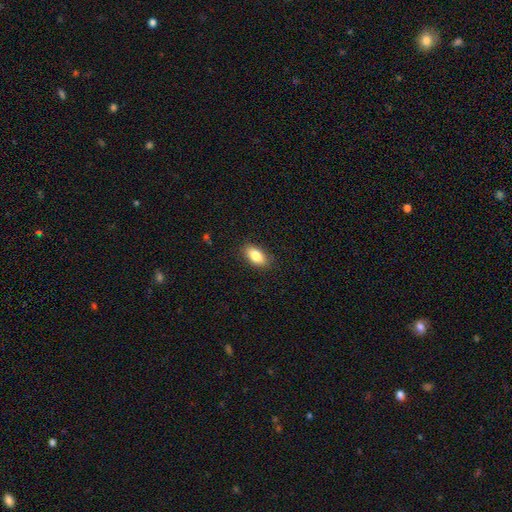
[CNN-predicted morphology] This appears to be a smooth galaxy with no disk features (83%) that is in between round and cigar-shaped (90%). Merging: none (87%).